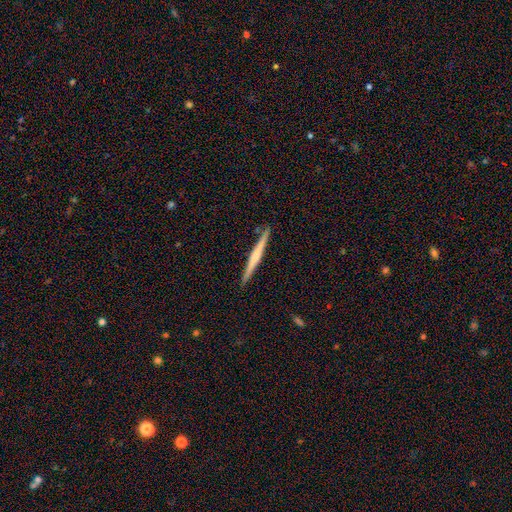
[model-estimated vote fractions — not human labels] Smooth or featured? featured or disk (59%)
Edge-on disk? yes (98%)
Edge-on bulge? rounded (43%)
Merging? none (91%)